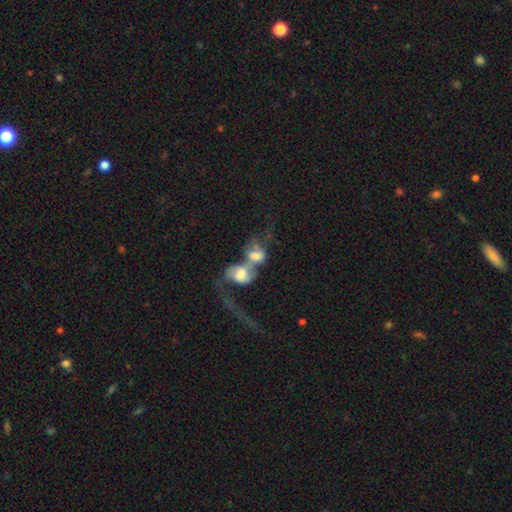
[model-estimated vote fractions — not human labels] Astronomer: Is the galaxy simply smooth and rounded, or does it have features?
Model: featured or disk — 50% (runner-up: smooth, 39%).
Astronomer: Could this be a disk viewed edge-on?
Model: no — 94%.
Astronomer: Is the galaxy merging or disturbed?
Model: merger — 79%.